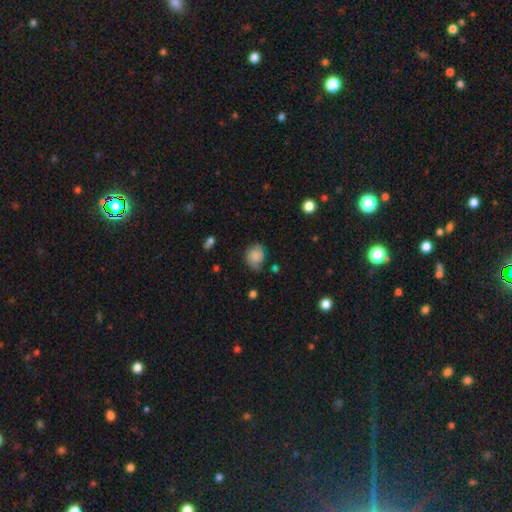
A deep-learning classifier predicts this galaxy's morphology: Smooth or featured? smooth (74%)
How rounded? round (59%)
Merging? none (56%)